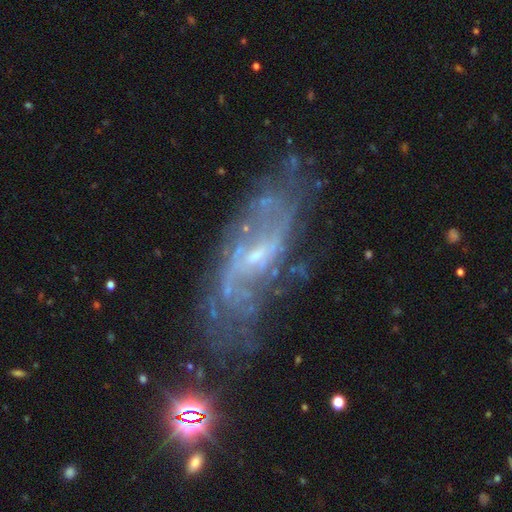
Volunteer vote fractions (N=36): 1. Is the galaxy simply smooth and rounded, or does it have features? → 89% featured or disk, 6% smooth, 6% star or artifact.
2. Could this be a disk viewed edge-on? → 81% no, 19% yes.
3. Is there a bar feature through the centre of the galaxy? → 54% weak, 31% no, 15% strong.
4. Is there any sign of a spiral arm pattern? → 81% yes, 19% no.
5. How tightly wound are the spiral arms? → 52% tight, 24% medium, 24% loose.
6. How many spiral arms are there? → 62% can't tell, 19% 2, 10% 3, 5% 1, 5% more than 4, 0% 4.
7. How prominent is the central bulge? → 77% small, 15% moderate, 8% none, 0% dominant, 0% large.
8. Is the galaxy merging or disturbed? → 59% none, 29% minor disturbance, 9% major disturbance, 3% merger.